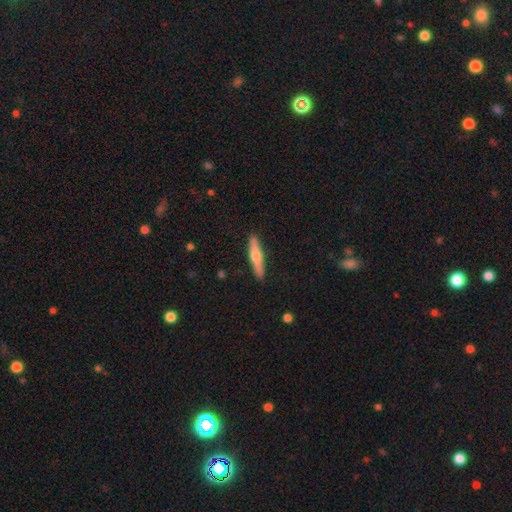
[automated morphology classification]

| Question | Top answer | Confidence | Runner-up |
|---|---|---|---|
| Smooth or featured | featured or disk | 52% | smooth (43%) |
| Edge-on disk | yes | 96% | no (4%) |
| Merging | none | 91% | minor disturbance (7%) |